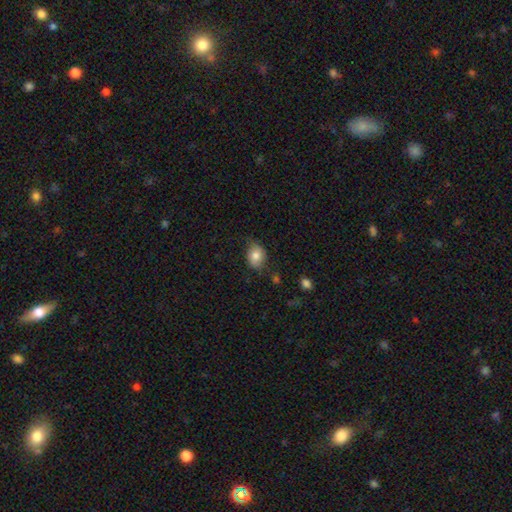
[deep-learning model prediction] The model was most divided on "how rounded": in between: 62%, round: 37%, cigar-shaped: 1%. More confident: smooth or featured — smooth (80%); merging — none (68%).